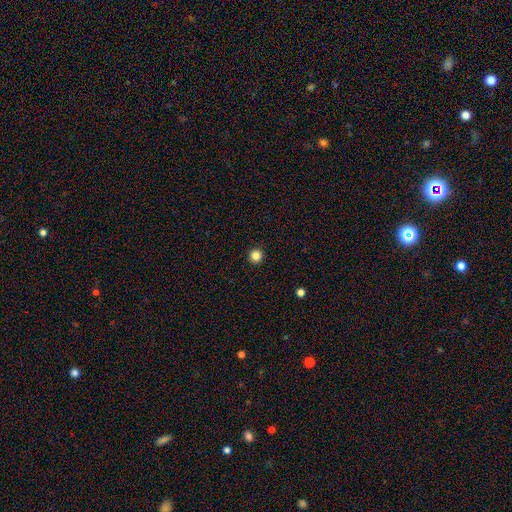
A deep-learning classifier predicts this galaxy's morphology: Q: Smooth or featured?
A: smooth (85%); runner-up: star or artifact (11%)
Q: How rounded?
A: round (96%); runner-up: in between (3%)
Q: Merging?
A: none (94%); runner-up: minor disturbance (4%)